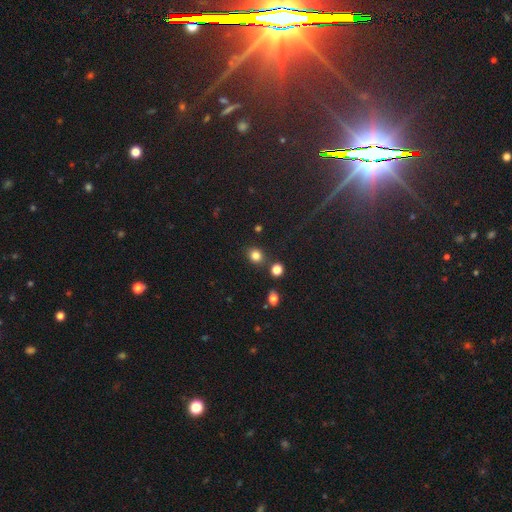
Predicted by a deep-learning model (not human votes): This appears to be a smooth galaxy with no disk features (81%) that is round (73%). Merging: none (79%).